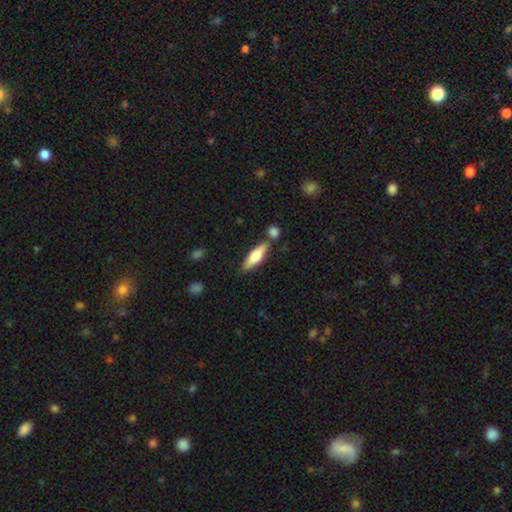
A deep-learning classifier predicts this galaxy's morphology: A smooth galaxy with no disk features (55%) that is cigar-shaped (59%).

Vote fractions:
- Smooth or featured? smooth: 55% / featured or disk: 39% / star or artifact: 6%
- How rounded? cigar-shaped: 59% / in between: 38% / round: 2%
- Merging? none: 76% / minor disturbance: 11% / merger: 10% / major disturbance: 3%